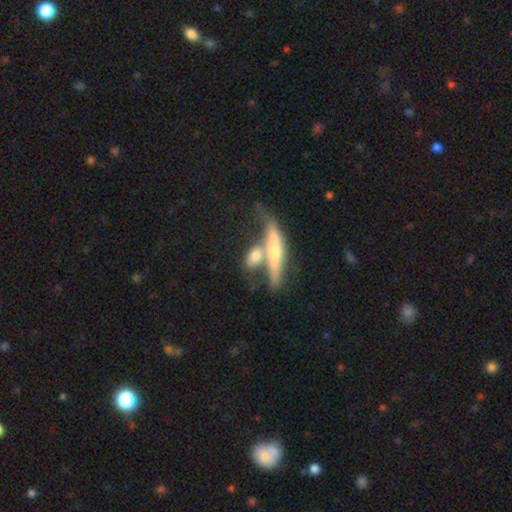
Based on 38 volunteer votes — Smooth or featured? smooth (66%)
How rounded? in between (68%)
Merging? merger (50%)